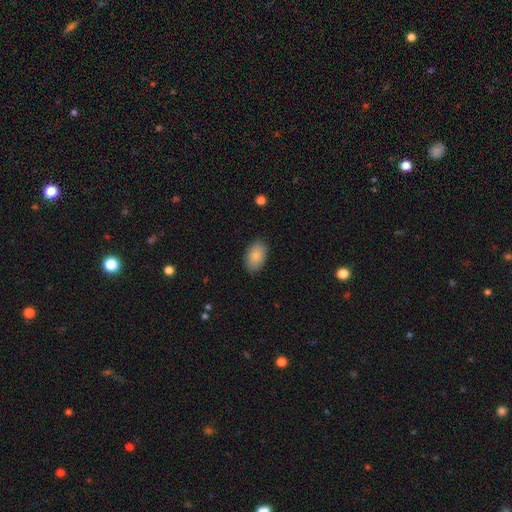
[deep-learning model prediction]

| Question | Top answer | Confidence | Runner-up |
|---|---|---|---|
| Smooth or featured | smooth | 86% | featured or disk (7%) |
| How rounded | in between | 93% | round (6%) |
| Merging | none | 87% | minor disturbance (9%) |